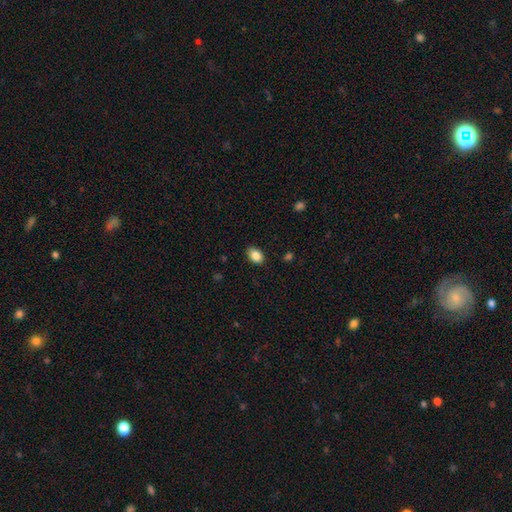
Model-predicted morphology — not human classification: A smooth galaxy with no disk features (87%) that is in between round and cigar-shaped (86%). Merging: none (87%).